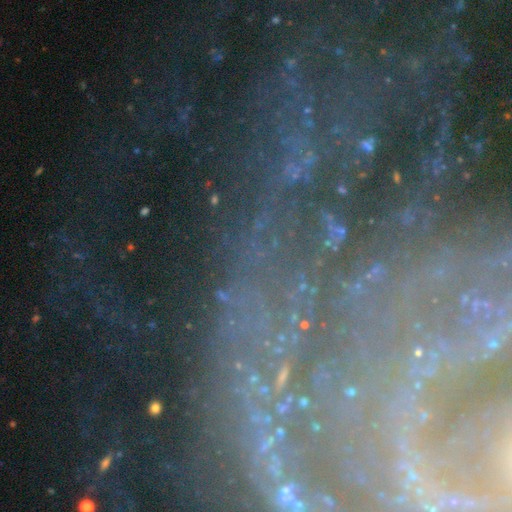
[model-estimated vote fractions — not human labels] Smooth or featured? star or artifact (50%)